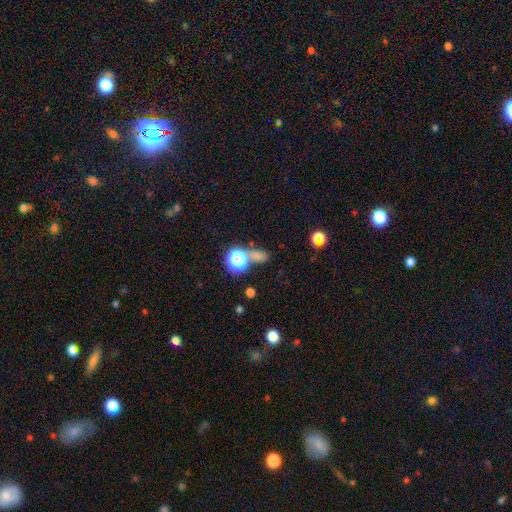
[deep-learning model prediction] Overall: smooth (63%; star or artifact 30%). How rounded: in between (55%; round 38%). Merging: none (57%; merger 22%).